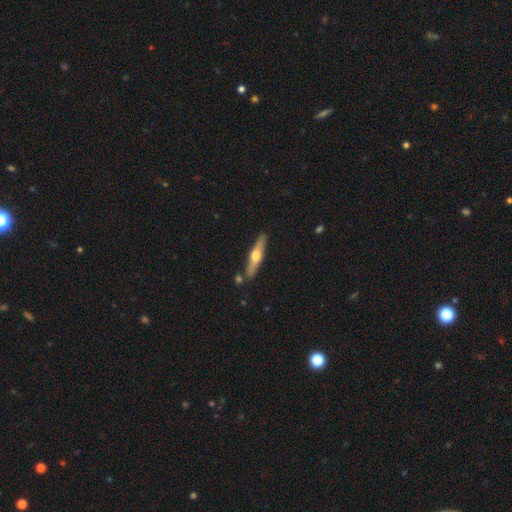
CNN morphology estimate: Q: Smooth or featured?
A: featured or disk (59%); runner-up: smooth (36%)
Q: Edge-on disk?
A: yes (94%); runner-up: no (6%)
Q: Edge-on bulge?
A: rounded (93%); runner-up: none (4%)
Q: Merging?
A: none (84%); runner-up: minor disturbance (9%)